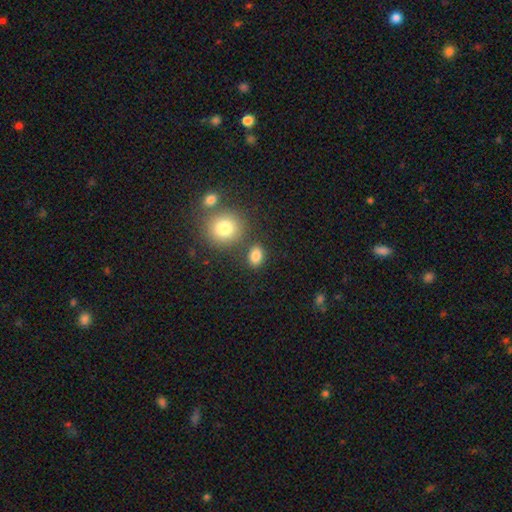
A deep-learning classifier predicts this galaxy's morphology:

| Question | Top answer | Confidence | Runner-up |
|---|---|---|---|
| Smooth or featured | smooth | 84% | star or artifact (11%) |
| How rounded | in between | 69% | round (29%) |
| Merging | none | 77% | minor disturbance (10%) |